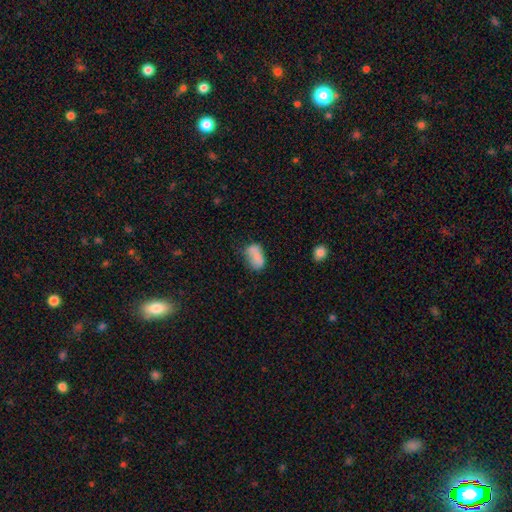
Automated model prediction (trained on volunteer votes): Smooth or featured? Predicted: smooth (p=0.76). How rounded? Predicted: in between (p=0.90). Merging? Predicted: none (p=0.47).